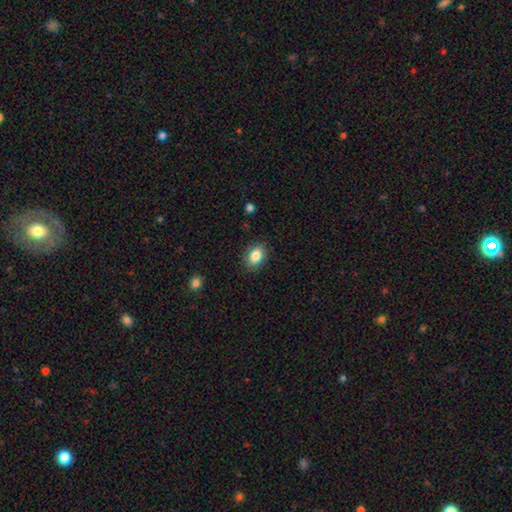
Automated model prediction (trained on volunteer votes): A smooth galaxy with no disk features (85%) that is in between round and cigar-shaped (75%).

Vote fractions:
- Smooth or featured? smooth: 85% / star or artifact: 8% / featured or disk: 7%
- How rounded? in between: 75% / round: 24% / cigar-shaped: 1%
- Merging? none: 85% / minor disturbance: 11% / major disturbance: 3% / merger: 1%